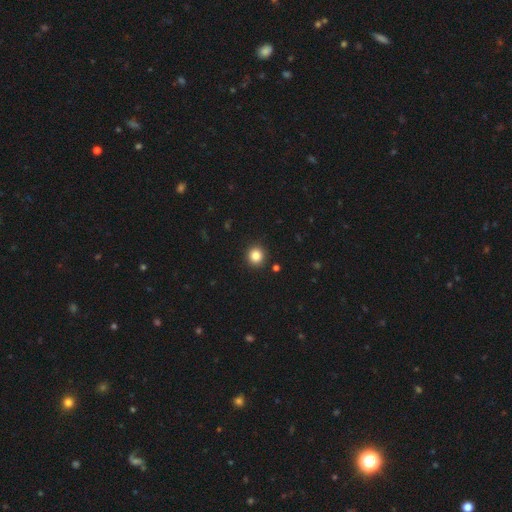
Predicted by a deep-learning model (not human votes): Q: Smooth or featured?
A: smooth (85%); runner-up: star or artifact (11%)
Q: How rounded?
A: round (92%); runner-up: in between (7%)
Q: Merging?
A: none (92%); runner-up: minor disturbance (5%)